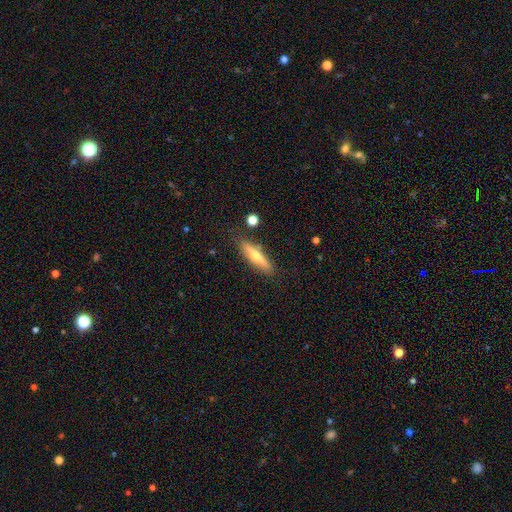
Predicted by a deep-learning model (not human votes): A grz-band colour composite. It shows a featured or disk galaxy (47%). Merging: none (85%).